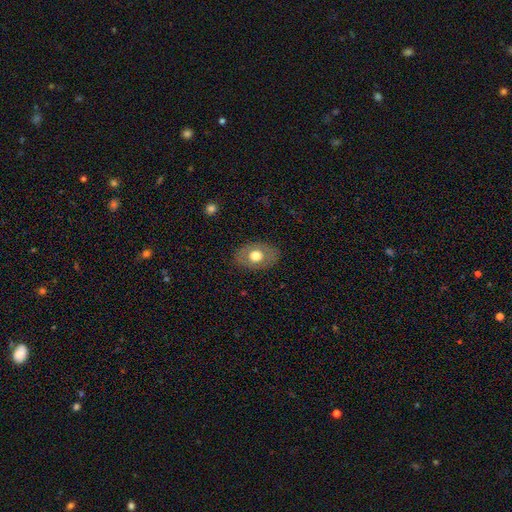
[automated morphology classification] smooth 64%, featured or disk 29%, star or artifact 7%. Down the decision tree: how rounded — in between (76%); merging — none (83%).